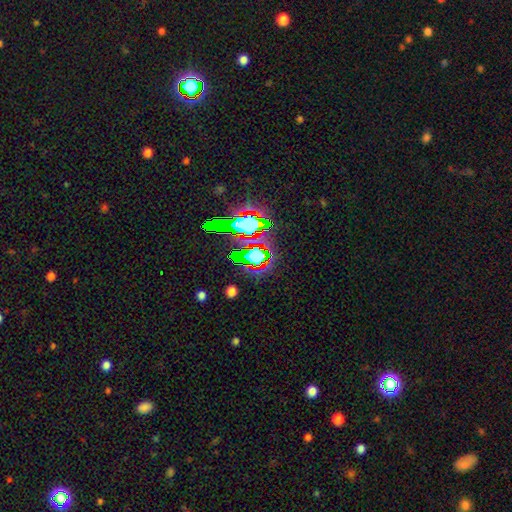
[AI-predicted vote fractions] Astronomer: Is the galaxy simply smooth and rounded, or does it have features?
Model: star or artifact — 60%.